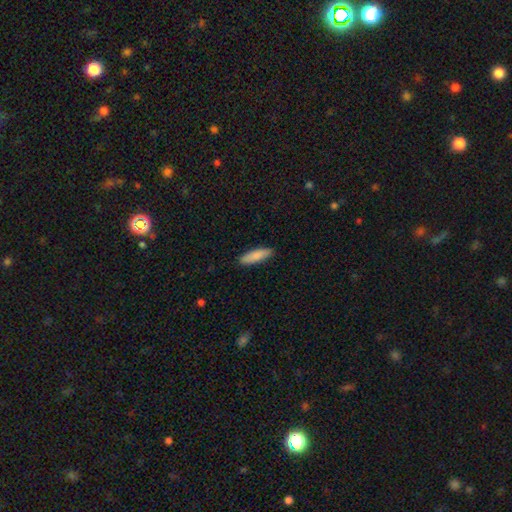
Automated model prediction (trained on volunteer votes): Smooth or featured: smooth — 87% (featured or disk — 7%)
How rounded: cigar-shaped — 60% (in between — 38%)
Merging: none — 89% (minor disturbance — 8%)